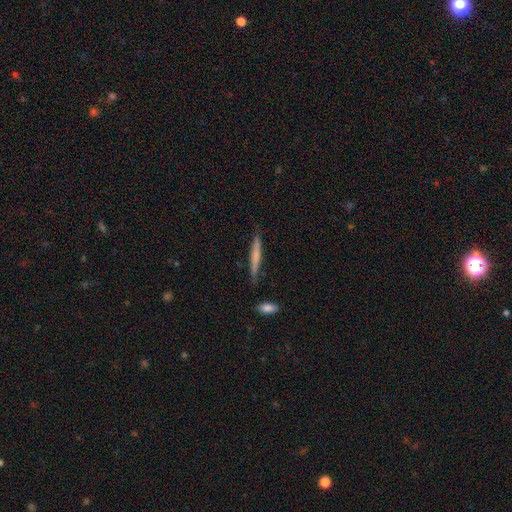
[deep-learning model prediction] A smooth galaxy with no disk features (58%) that is cigar-shaped (95%). Merging: none (85%).